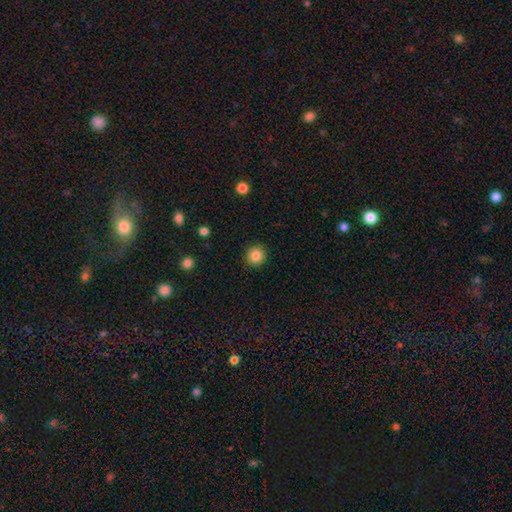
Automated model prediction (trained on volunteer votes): A smooth galaxy with no disk features (85%) that is round (93%). Merging: none (92%).